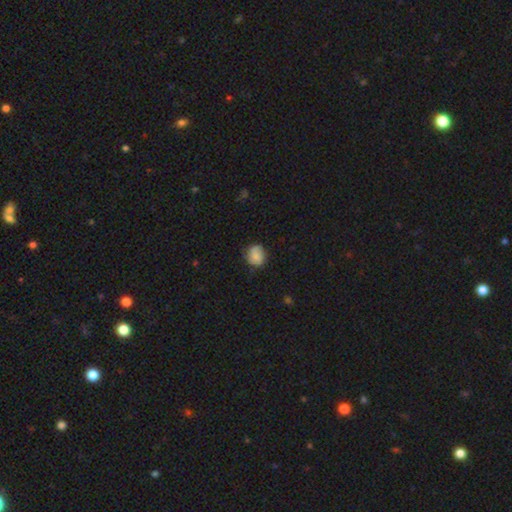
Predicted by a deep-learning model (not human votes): smooth-or-featured: smooth: 78% | featured or disk: 13% | star or artifact: 8%
  how-rounded: round: 67% | in between: 32% | cigar-shaped: 1%
  merging: none: 68% | minor disturbance: 25% | major disturbance: 6% | merger: 1%